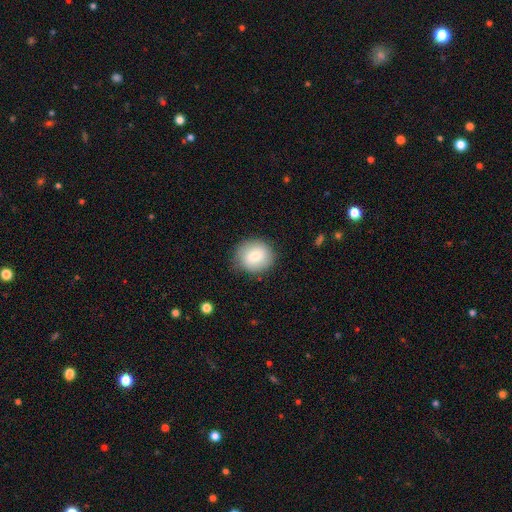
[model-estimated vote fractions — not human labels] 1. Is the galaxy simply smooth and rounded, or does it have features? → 76% smooth, 16% featured or disk, 8% star or artifact.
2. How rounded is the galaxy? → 83% round, 16% in between, 1% cigar-shaped.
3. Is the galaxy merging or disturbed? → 80% none, 15% minor disturbance, 4% major disturbance, 1% merger.